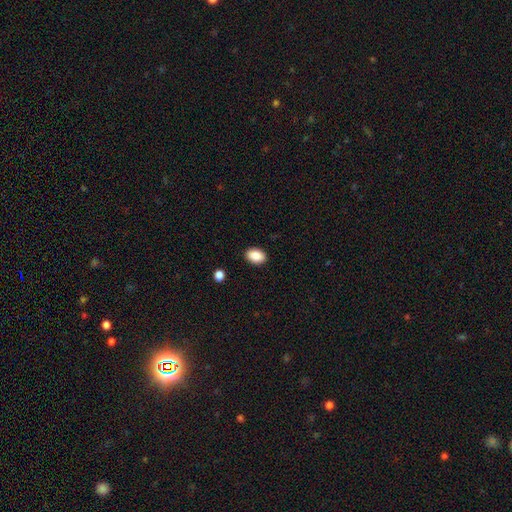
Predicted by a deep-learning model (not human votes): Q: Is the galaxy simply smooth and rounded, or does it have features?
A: smooth — 88%.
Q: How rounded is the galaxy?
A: in between — 84%.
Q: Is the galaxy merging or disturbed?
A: none — 89%.